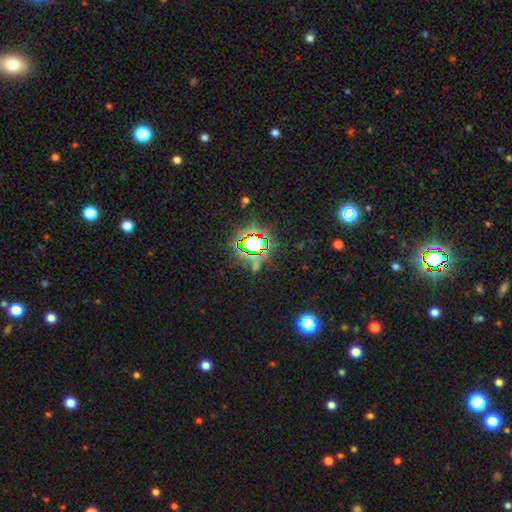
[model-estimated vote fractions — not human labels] The model was most divided on "smooth or featured": star or artifact: 79%, smooth: 13%, featured or disk: 8%.